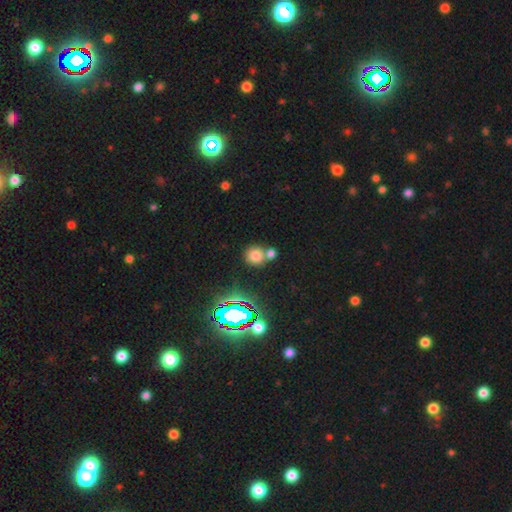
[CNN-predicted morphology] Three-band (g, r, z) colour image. It shows a smooth galaxy with no disk features (69%) that is round (88%). Merging: none (55%).